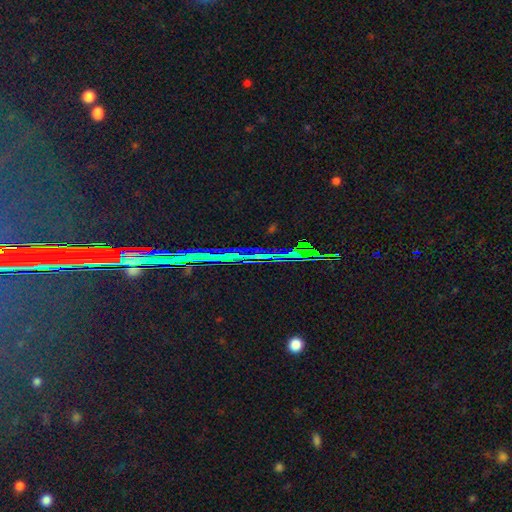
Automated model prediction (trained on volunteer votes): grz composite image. It shows a star or artifact, not a galaxy (83%).